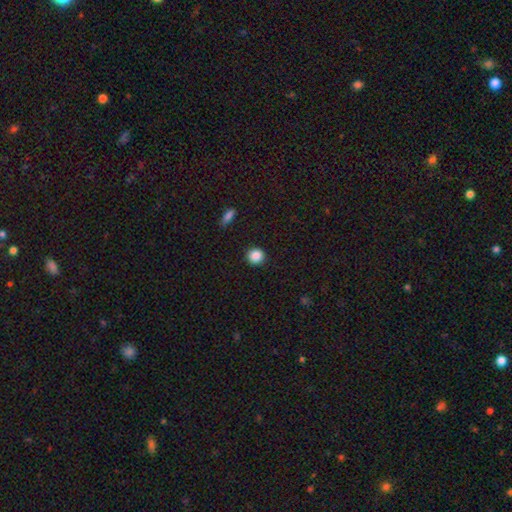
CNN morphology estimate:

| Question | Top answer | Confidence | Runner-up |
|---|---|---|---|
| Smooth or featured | smooth | 87% | star or artifact (9%) |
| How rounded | round | 93% | in between (6%) |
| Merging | none | 92% | minor disturbance (5%) |